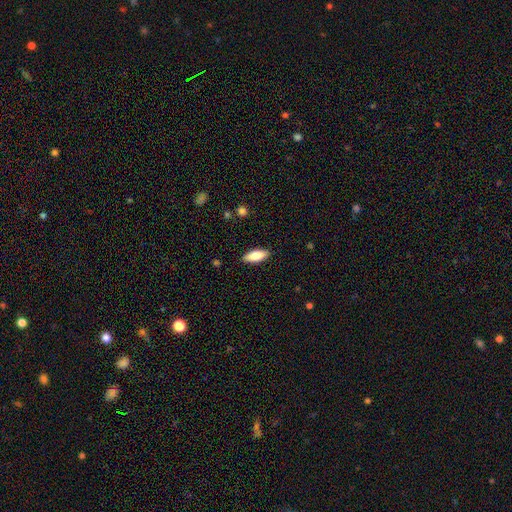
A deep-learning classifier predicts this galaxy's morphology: A smooth galaxy with no disk features (77%) that is in between round and cigar-shaped (75%).

Vote fractions:
- Smooth or featured? smooth: 77% / featured or disk: 17% / star or artifact: 6%
- How rounded? in between: 75% / cigar-shaped: 23% / round: 2%
- Merging? none: 88% / minor disturbance: 9% / major disturbance: 2% / merger: 1%